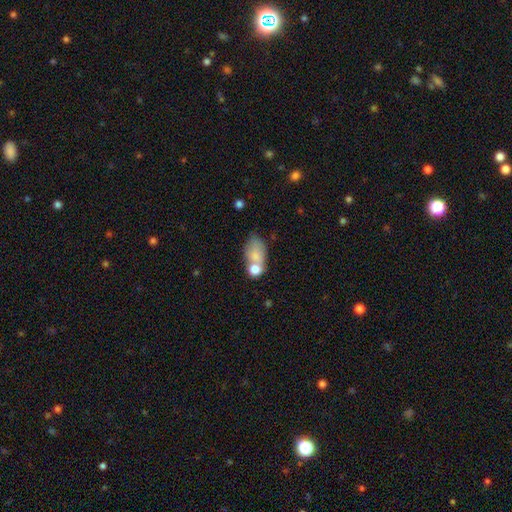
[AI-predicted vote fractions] The model was most divided on "merging": merger: 39%, none: 31%, minor disturbance: 18%, major disturbance: 12%. More confident: how rounded — in between (83%); smooth or featured — smooth (73%).